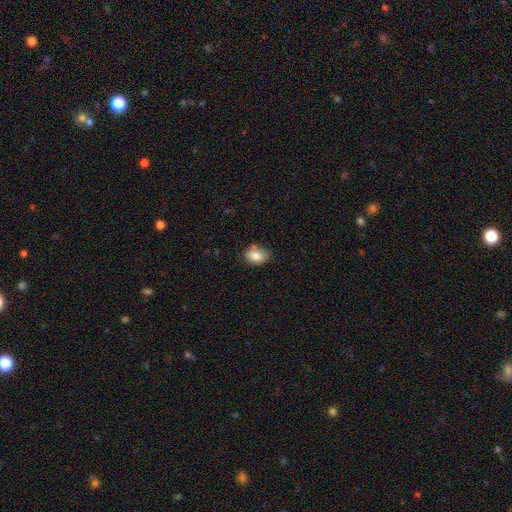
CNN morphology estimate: This appears to be a smooth galaxy with no disk features (83%) that is in between round and cigar-shaped (77%). Merging: none (70%).